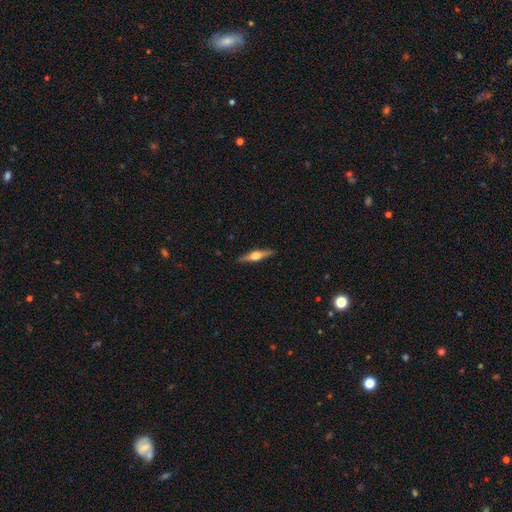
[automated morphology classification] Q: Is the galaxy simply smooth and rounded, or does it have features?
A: featured or disk — 68%.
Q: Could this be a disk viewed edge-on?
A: yes — 97%.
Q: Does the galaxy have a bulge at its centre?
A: rounded — 94%.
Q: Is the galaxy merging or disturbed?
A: none — 90%.